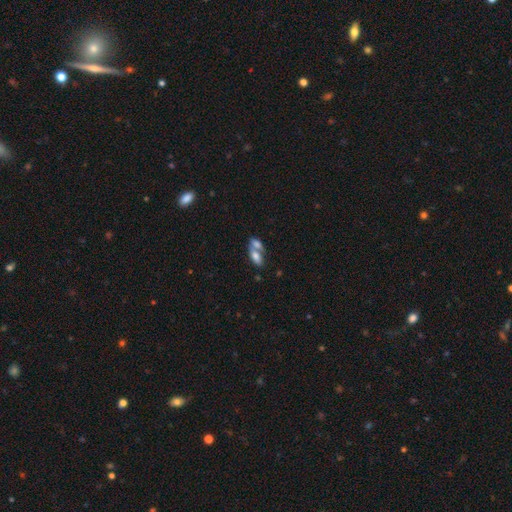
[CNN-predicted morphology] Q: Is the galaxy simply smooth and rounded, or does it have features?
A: smooth — 72%.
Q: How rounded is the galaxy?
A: in between — 86%.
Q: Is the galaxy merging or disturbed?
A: merger — 65%.